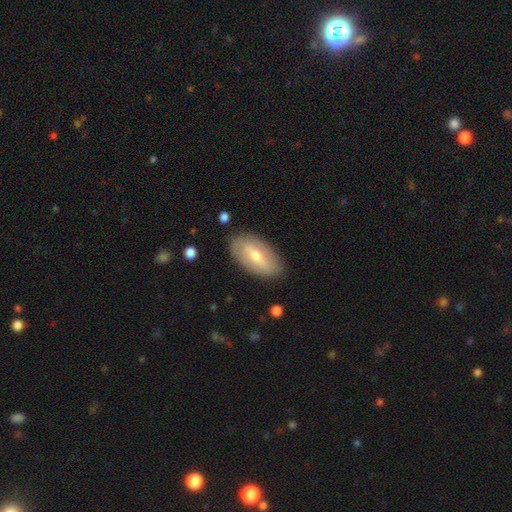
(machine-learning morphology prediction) Overall: smooth (53%; featured or disk 41%). How rounded: in between (92%). Merging: none (86%).